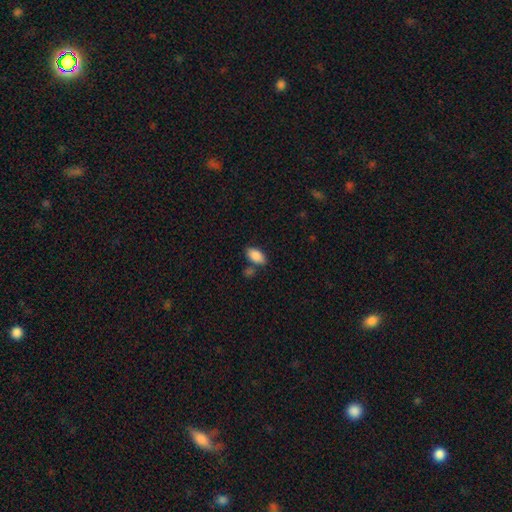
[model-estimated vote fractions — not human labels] Smooth or featured? Predicted: smooth (p=0.88). How rounded? Predicted: in between (p=0.93). Merging? Predicted: none (p=0.70).